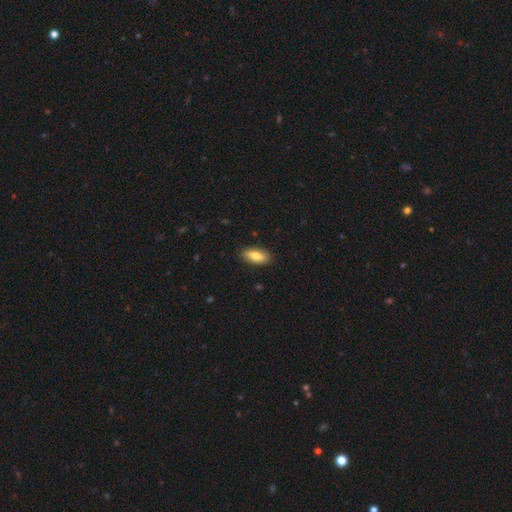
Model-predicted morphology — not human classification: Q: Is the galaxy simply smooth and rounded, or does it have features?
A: smooth — 77%.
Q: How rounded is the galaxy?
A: in between — 87%.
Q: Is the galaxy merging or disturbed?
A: none — 88%.